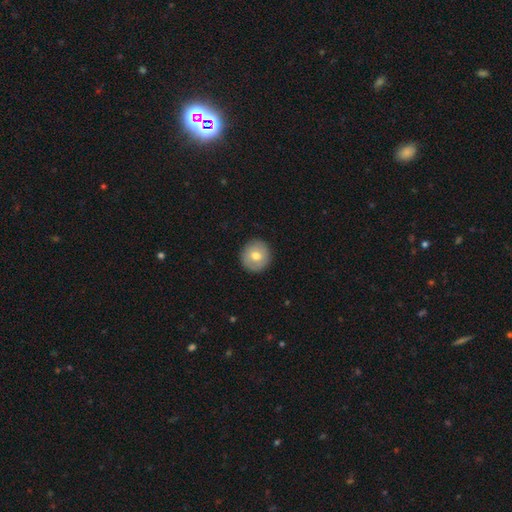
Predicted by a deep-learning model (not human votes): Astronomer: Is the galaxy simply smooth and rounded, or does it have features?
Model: smooth — 69%.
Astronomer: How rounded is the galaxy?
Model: round — 93%.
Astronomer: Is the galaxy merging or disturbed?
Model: none — 90%.